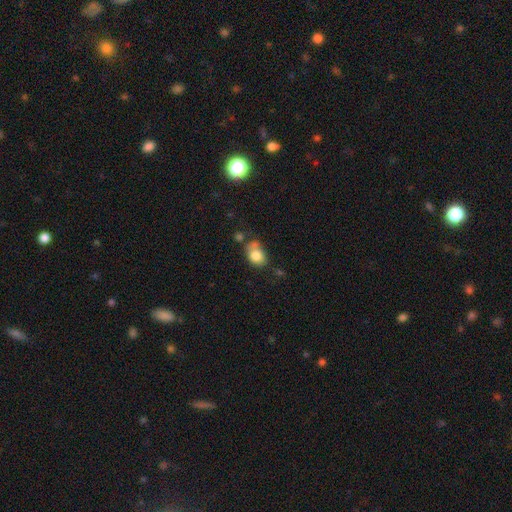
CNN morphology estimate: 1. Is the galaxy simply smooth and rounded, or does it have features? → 80% smooth, 11% featured or disk, 9% star or artifact.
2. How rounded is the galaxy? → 64% in between, 35% round, 1% cigar-shaped.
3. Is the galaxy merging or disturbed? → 43% none, 27% minor disturbance, 21% merger, 10% major disturbance.